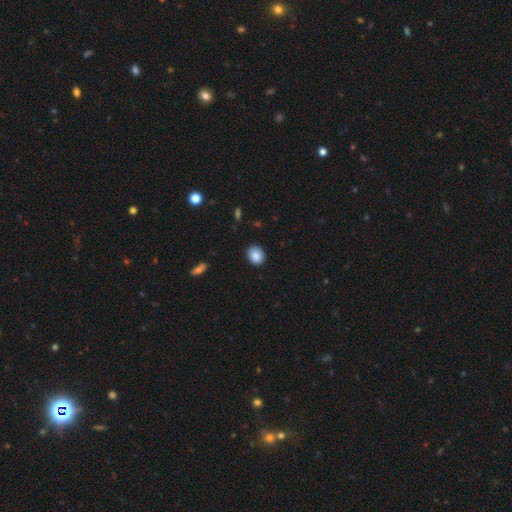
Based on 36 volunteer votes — A smooth galaxy with no disk features (89%) that is round (66%). Merging: none (86%).